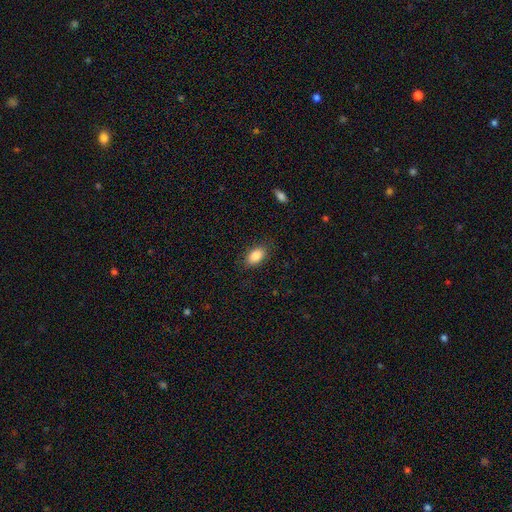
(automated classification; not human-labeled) smooth_or_featured: smooth (p=0.87) [alt: star or artifact p=0.08]
how_rounded: in between (p=0.89) [alt: round p=0.09]
merging: none (p=0.85) [alt: minor disturbance p=0.11]